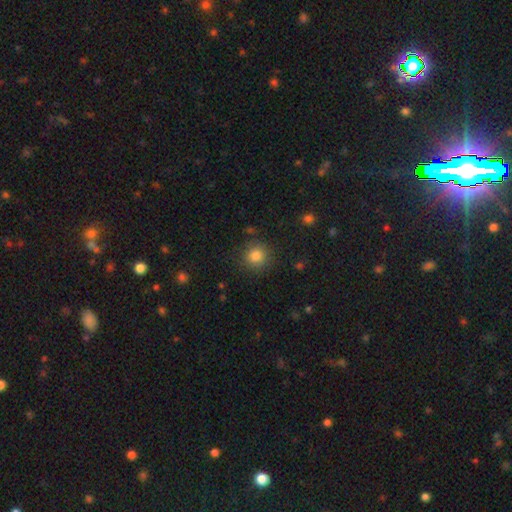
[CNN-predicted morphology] A smooth galaxy with no disk features (83%) that is round (93%).

Vote fractions:
- Smooth or featured? smooth: 83% / star or artifact: 12% / featured or disk: 6%
- How rounded? round: 93% / in between: 6% / cigar-shaped: 1%
- Merging? none: 88% / minor disturbance: 8% / major disturbance: 3% / merger: 2%